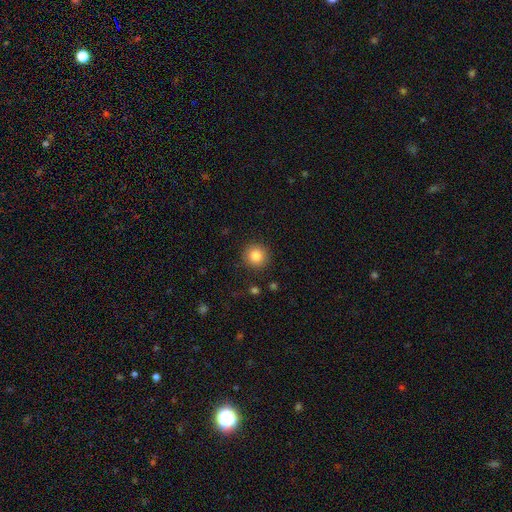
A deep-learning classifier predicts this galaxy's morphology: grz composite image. It shows a smooth galaxy with no disk features (85%) that is round (93%). Merging: none (89%).